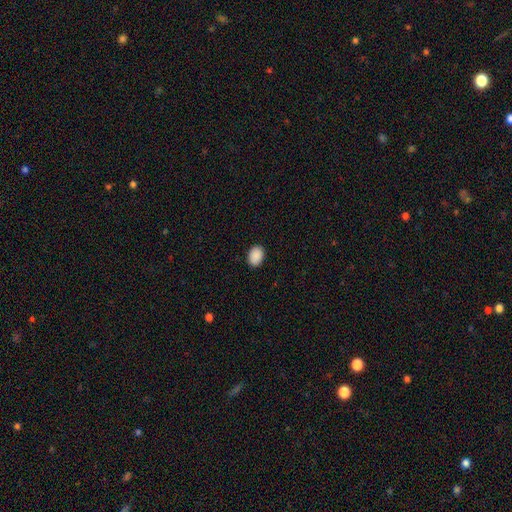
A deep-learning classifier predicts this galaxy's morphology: Q: Smooth or featured?
A: smooth (90%); runner-up: star or artifact (7%)
Q: How rounded?
A: in between (75%); runner-up: round (24%)
Q: Merging?
A: none (90%); runner-up: minor disturbance (7%)